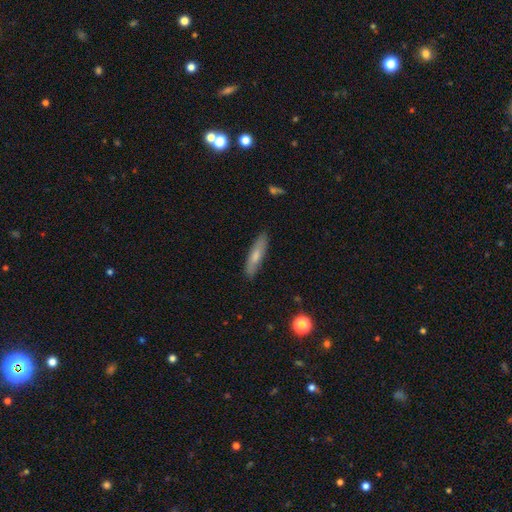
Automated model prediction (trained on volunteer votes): Smooth or featured?
  - smooth: 68% *
  - featured or disk: 26%
  - star or artifact: 6%
How rounded?
  - cigar-shaped: 75% *
  - in between: 23%
  - round: 2%
Merging?
  - none: 86% *
  - minor disturbance: 10%
  - major disturbance: 2%
  - merger: 1%